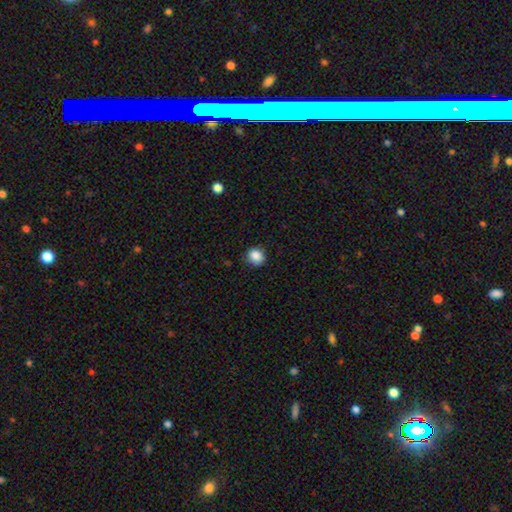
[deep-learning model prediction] smooth 87%, star or artifact 10%, featured or disk 4%. Down the decision tree: how rounded — round (82%); merging — none (84%).